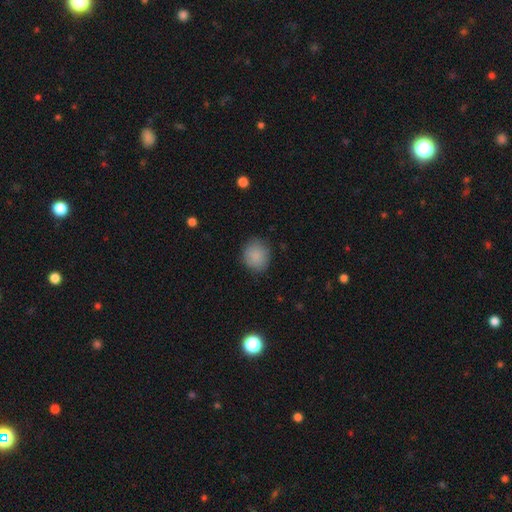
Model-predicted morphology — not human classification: type=smooth (87%); roundness=round (78%); merging=none (82%).